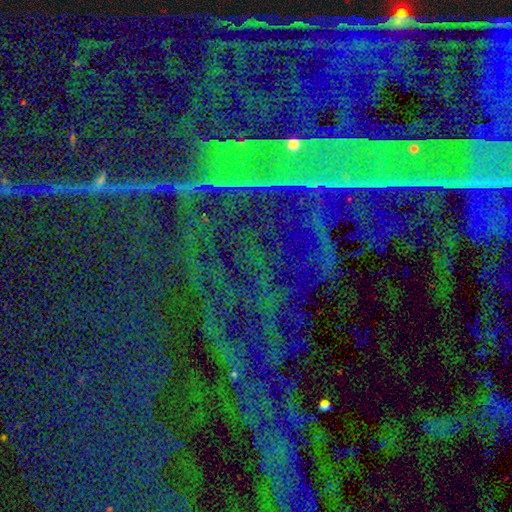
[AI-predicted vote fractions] Smooth or featured: star or artifact — 86% (featured or disk — 8%)